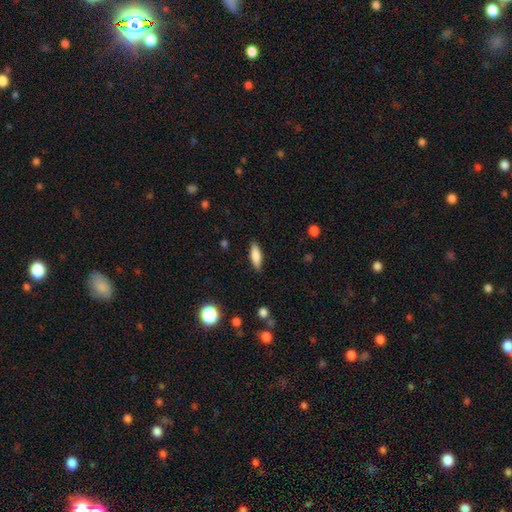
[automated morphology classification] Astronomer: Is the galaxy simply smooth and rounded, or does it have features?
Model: smooth — 79%.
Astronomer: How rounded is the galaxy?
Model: in between — 57% (runner-up: cigar-shaped, 41%).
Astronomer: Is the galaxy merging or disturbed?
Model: none — 87%.